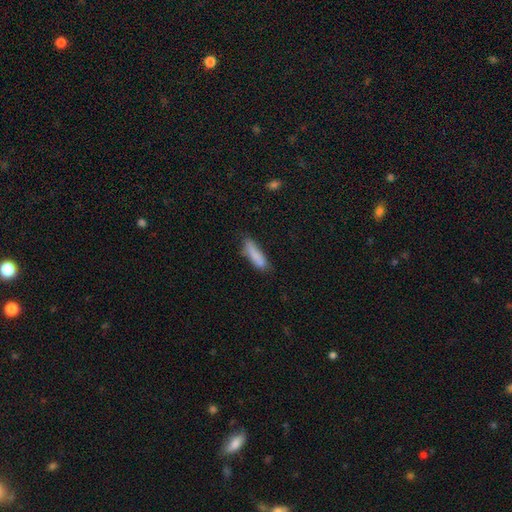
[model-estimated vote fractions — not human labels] Smooth or featured: smooth — 82% (featured or disk — 11%)
How rounded: cigar-shaped — 71% (in between — 28%)
Merging: none — 66% (minor disturbance — 24%)